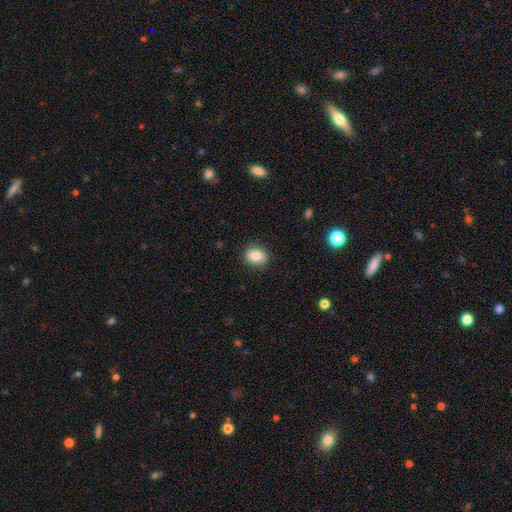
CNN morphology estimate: Q: Smooth or featured?
A: smooth (81%); runner-up: featured or disk (10%)
Q: How rounded?
A: in between (53%); runner-up: round (46%)
Q: Merging?
A: none (85%); runner-up: minor disturbance (11%)